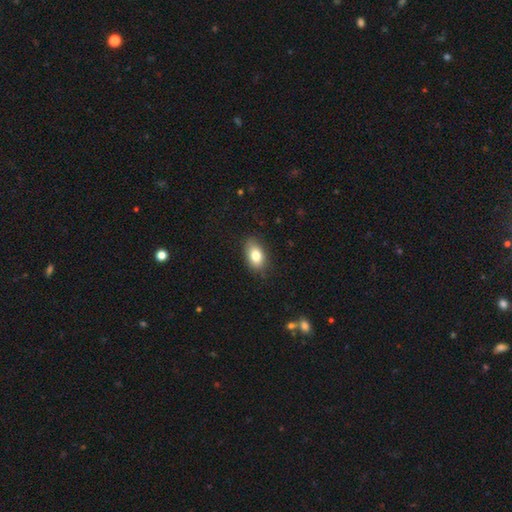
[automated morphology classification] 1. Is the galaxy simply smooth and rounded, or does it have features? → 80% smooth, 12% featured or disk, 8% star or artifact.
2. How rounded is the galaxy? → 88% in between, 10% round, 2% cigar-shaped.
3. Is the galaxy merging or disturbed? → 81% none, 15% minor disturbance, 3% major disturbance, 1% merger.